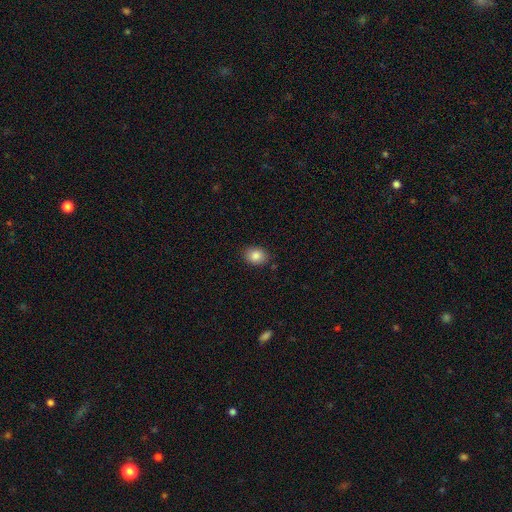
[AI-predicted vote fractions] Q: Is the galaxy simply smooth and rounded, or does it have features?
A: smooth — 86%.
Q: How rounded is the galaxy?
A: in between — 60%.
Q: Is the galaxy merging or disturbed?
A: none — 86%.